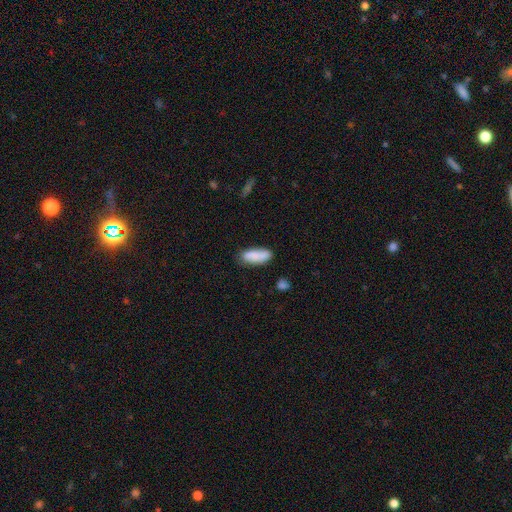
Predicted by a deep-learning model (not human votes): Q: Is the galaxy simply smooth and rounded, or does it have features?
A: smooth — 85%.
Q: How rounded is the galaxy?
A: in between — 71%.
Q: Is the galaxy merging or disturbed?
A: none — 74%.